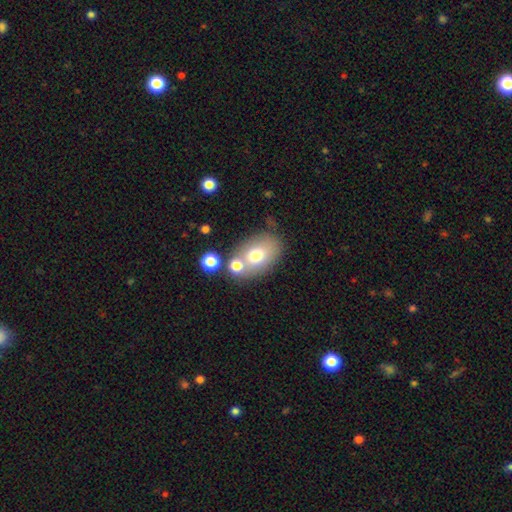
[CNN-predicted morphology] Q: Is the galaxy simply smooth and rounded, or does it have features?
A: smooth — 68%.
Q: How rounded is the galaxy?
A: in between — 81%.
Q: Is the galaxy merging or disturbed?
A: none — 60%.